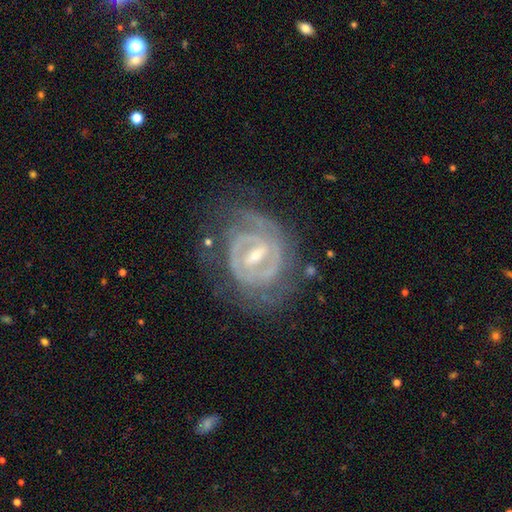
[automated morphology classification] Smooth or featured: featured or disk — 88% (smooth — 7%)
Edge-on disk: no — 96% (yes — 4%)
Bar: strong — 52% (weak — 38%)
Spiral arms: yes — 91% (no — 9%)
Spiral winding: tight — 71% (medium — 24%)
Spiral arm count: 2 — 49% (can't tell — 25%)
Bulge size: moderate — 48% (small — 43%)
Merging: none — 67% (minor disturbance — 19%)